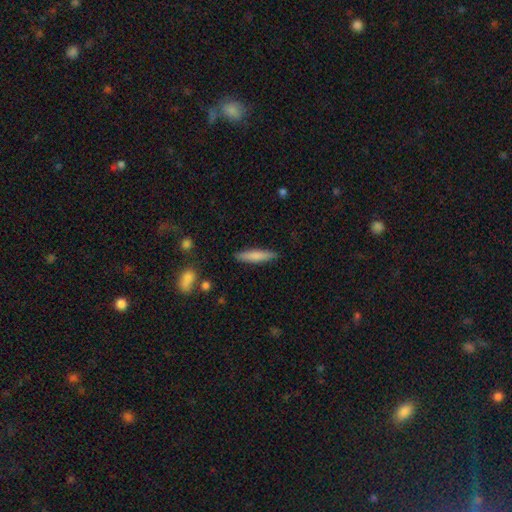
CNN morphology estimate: smooth 75%, featured or disk 19%, star or artifact 6%. Down the decision tree: how rounded — cigar-shaped (86%); merging — none (87%).